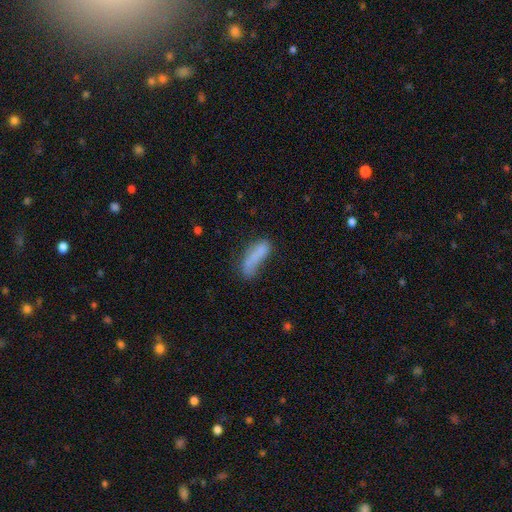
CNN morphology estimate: Smooth or featured? Predicted: smooth (p=0.73). How rounded? Predicted: in between (p=0.50). Merging? Predicted: none (p=0.40).